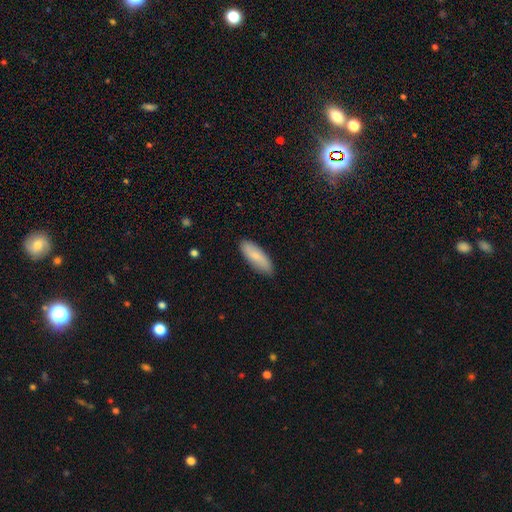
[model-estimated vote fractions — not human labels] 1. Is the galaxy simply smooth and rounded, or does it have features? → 79% smooth, 16% featured or disk, 6% star or artifact.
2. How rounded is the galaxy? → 63% in between, 35% cigar-shaped, 2% round.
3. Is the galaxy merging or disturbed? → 85% none, 12% minor disturbance, 2% major disturbance, 1% merger.